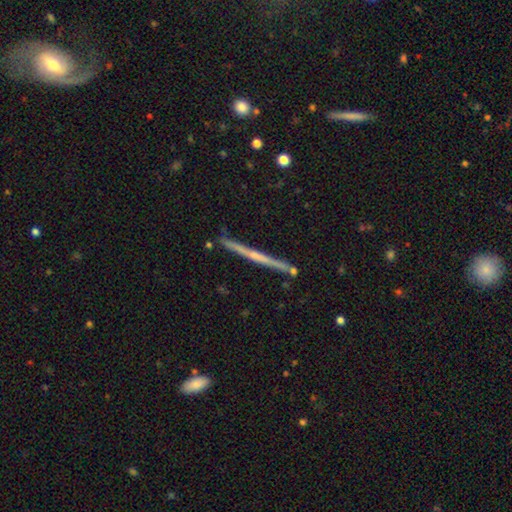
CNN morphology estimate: Smooth or featured?
  - featured or disk: 70% *
  - smooth: 23%
  - star or artifact: 7%
Edge-on disk?
  - yes: 98% *
  - no: 2%
Edge-on bulge?
  - none: 52% *
  - rounded: 41%
  - boxy: 7%
Merging?
  - none: 89% *
  - minor disturbance: 8%
  - merger: 2%
  - major disturbance: 1%